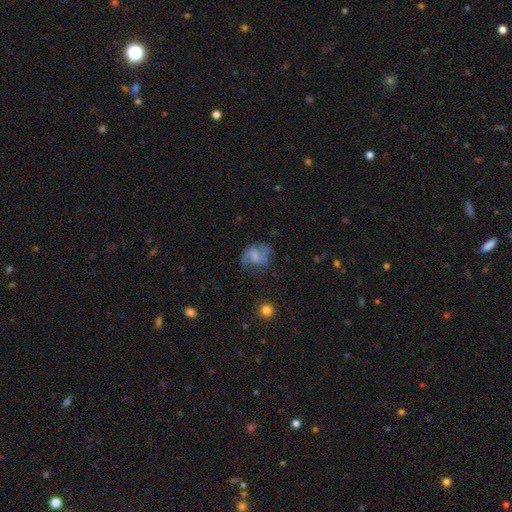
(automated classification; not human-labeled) Q: Smooth or featured?
A: featured or disk (45%); runner-up: smooth (44%)
Q: Merging?
A: none (46%); runner-up: minor disturbance (26%)